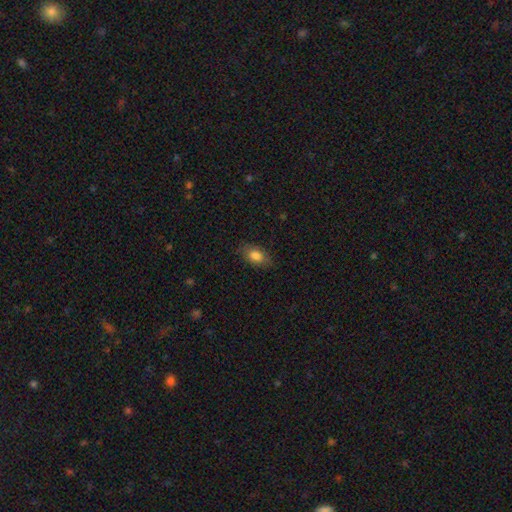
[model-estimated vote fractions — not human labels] Smooth or featured?
  - smooth: 80% *
  - featured or disk: 12%
  - star or artifact: 8%
How rounded?
  - in between: 87% *
  - round: 10%
  - cigar-shaped: 3%
Merging?
  - none: 79% *
  - minor disturbance: 16%
  - major disturbance: 4%
  - merger: 1%